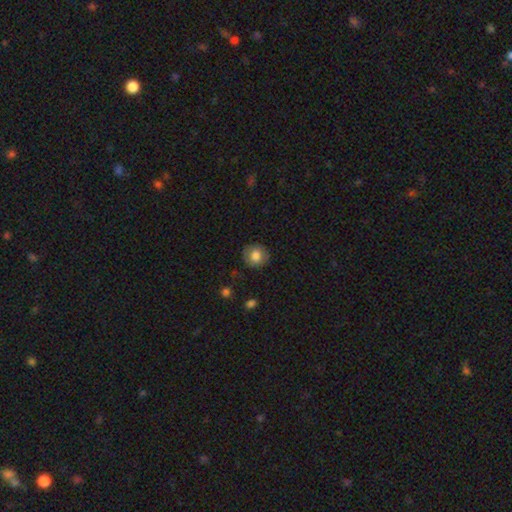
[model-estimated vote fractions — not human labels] A smooth galaxy with no disk features (79%) that is round (86%). Merging: none (86%).